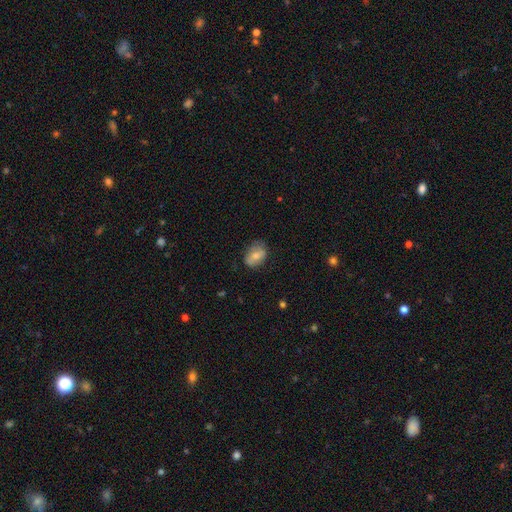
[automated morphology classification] The model was most divided on "smooth or featured": smooth: 67%, featured or disk: 25%, star or artifact: 8%. More confident: how rounded — in between (79%); merging — none (72%).